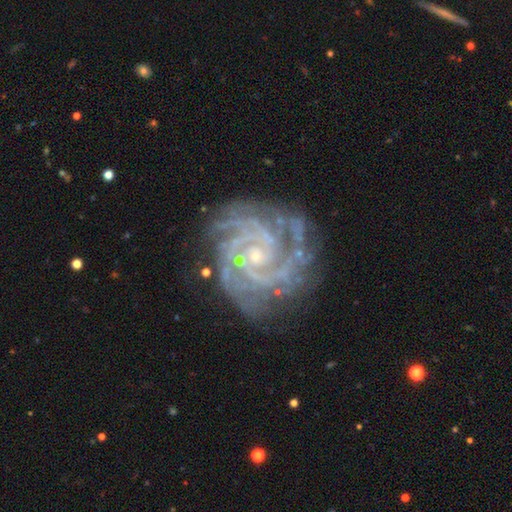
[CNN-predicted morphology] featured or disk 92%, star or artifact 6%, smooth 3%. Down the decision tree: edge-on disk — no (98%); bar — no (66%); spiral arms — yes (99%); spiral arm count — 3 (26%); spiral winding — tight (74%); bulge size — small (79%); merging — none (73%).